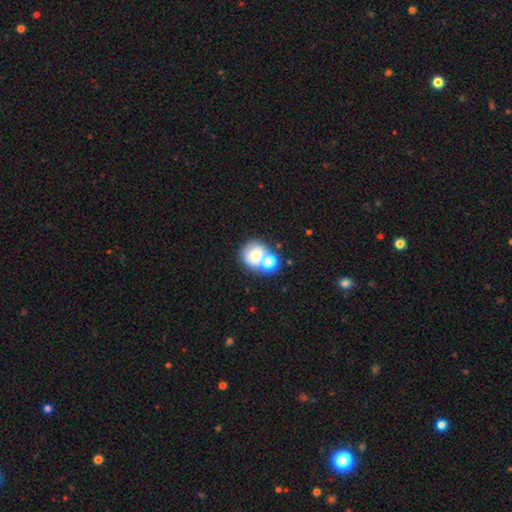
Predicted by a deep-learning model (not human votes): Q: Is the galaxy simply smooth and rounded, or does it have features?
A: smooth — 69%.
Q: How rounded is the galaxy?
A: round — 78%.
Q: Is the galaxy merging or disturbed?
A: merger — 51%.